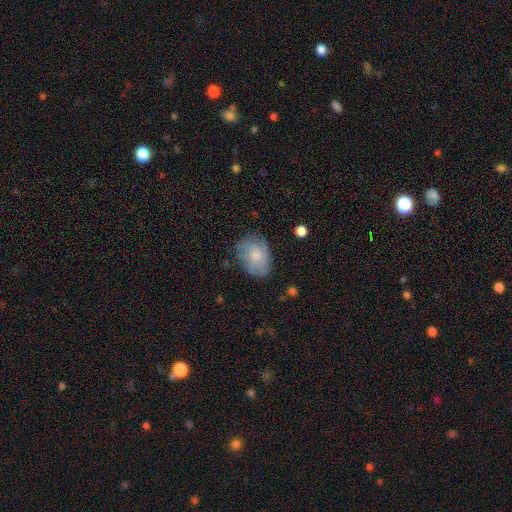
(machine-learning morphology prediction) type=smooth (71%); roundness=in between (73%); merging=none (68%).